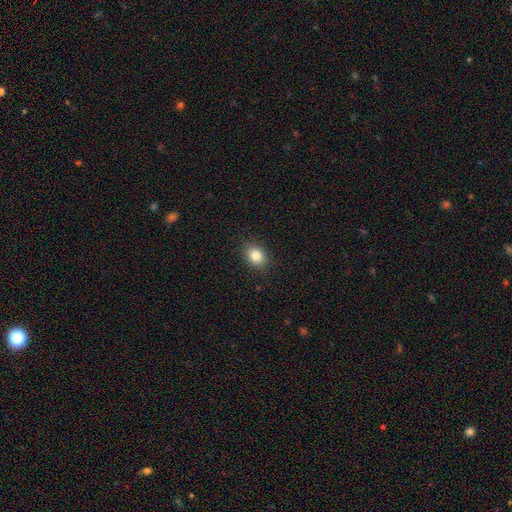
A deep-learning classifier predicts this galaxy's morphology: A smooth galaxy with no disk features (84%) that is in between round and cigar-shaped (56%). Merging: none (89%).